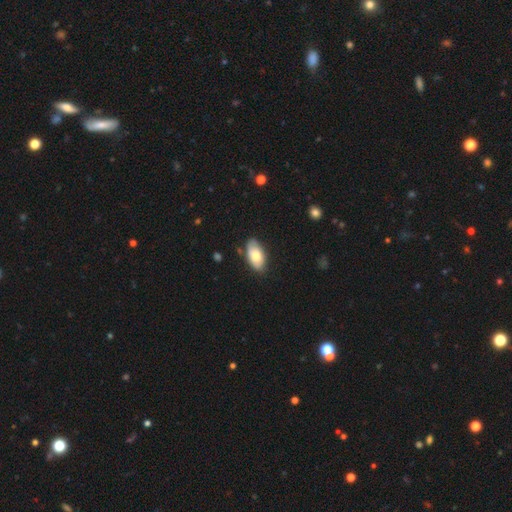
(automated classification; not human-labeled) A smooth galaxy with no disk features (72%) that is in between round and cigar-shaped (94%).

Vote fractions:
- Smooth or featured? smooth: 72% / featured or disk: 22% / star or artifact: 6%
- How rounded? in between: 94% / round: 3% / cigar-shaped: 3%
- Merging? none: 77% / minor disturbance: 18% / major disturbance: 3% / merger: 2%